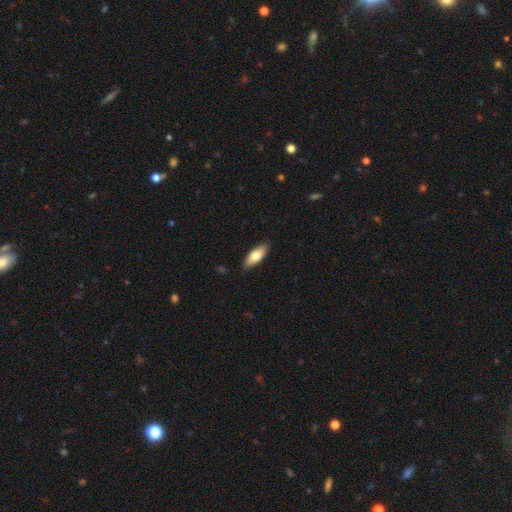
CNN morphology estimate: A smooth galaxy with no disk features (73%) that is in between round and cigar-shaped (73%).

Vote fractions:
- Smooth or featured? smooth: 73% / featured or disk: 21% / star or artifact: 6%
- How rounded? in between: 73% / cigar-shaped: 24% / round: 2%
- Merging? none: 88% / minor disturbance: 9% / major disturbance: 2% / merger: 1%